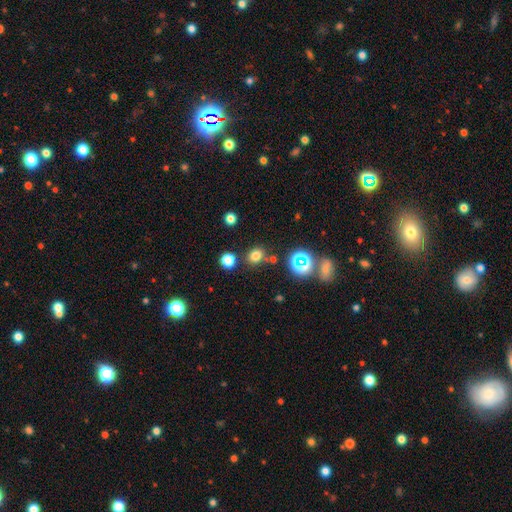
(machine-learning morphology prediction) smooth-or-featured: smooth: 73% | star or artifact: 20% | featured or disk: 6%
  how-rounded: round: 62% | in between: 37% | cigar-shaped: 1%
  merging: none: 77% | minor disturbance: 11% | merger: 9% | major disturbance: 4%